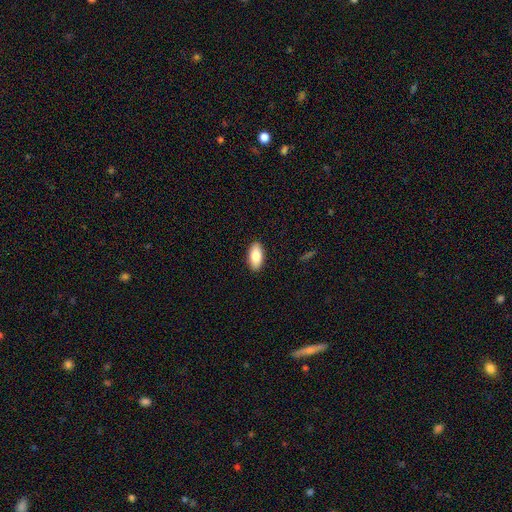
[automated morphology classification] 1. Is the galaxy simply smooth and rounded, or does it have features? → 84% smooth, 10% featured or disk, 6% star or artifact.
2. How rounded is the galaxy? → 91% in between, 6% cigar-shaped, 2% round.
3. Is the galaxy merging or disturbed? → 90% none, 8% minor disturbance, 2% major disturbance, 1% merger.